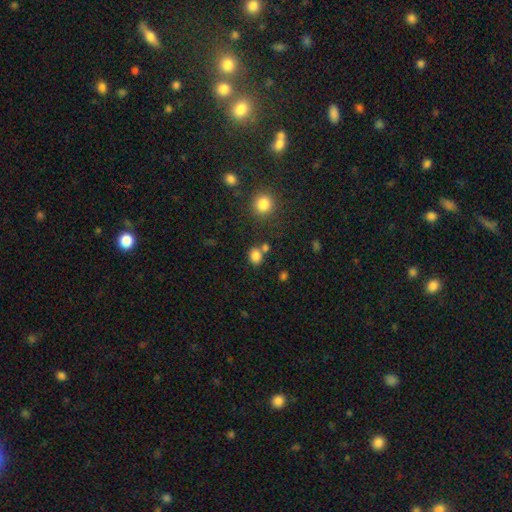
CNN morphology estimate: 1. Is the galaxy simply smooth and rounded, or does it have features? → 81% smooth, 13% star or artifact, 5% featured or disk.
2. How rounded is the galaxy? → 52% round, 47% in between, 1% cigar-shaped.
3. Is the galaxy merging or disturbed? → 66% none, 19% merger, 11% minor disturbance, 4% major disturbance.